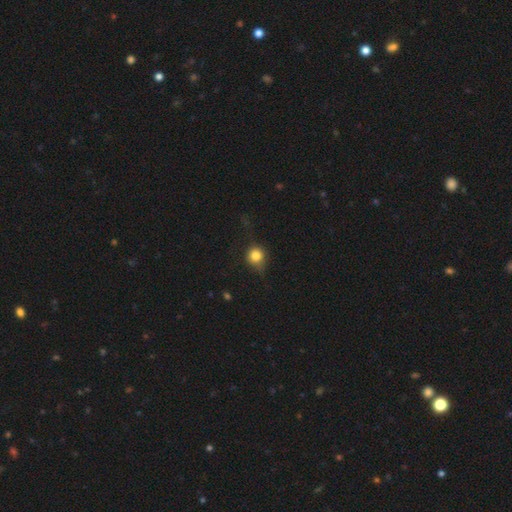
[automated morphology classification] A smooth galaxy with no disk features (81%) that is round (86%).

Vote fractions:
- Smooth or featured? smooth: 81% / star or artifact: 11% / featured or disk: 8%
- How rounded? round: 86% / in between: 13% / cigar-shaped: 1%
- Merging? none: 64% / minor disturbance: 25% / major disturbance: 9% / merger: 2%